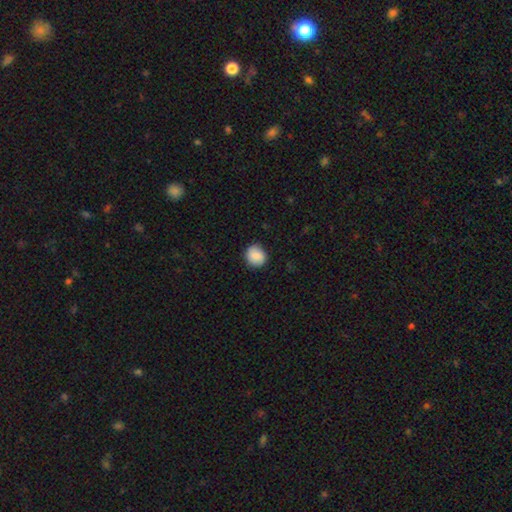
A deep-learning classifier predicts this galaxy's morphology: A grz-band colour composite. It shows a smooth galaxy with no disk features (84%) that is round (85%). Merging: none (86%).